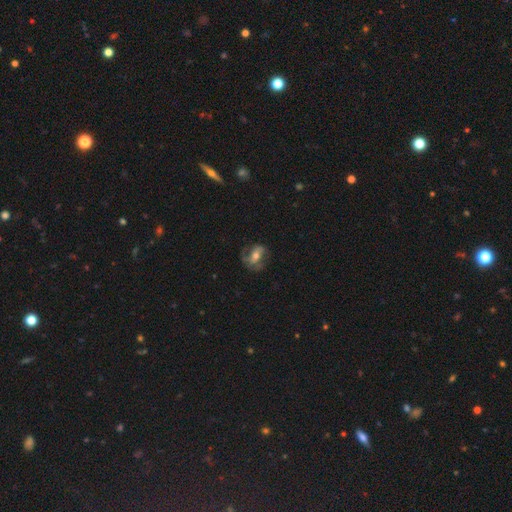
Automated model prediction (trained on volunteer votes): Overall: featured or disk (58%; smooth 33%). Edge-on disk: no (94%). Bar: no (40%; weak 32%). Spiral arms: yes (71%). Bulge size: moderate (64%; small 26%). Merging: none (57%; minor disturbance 23%).